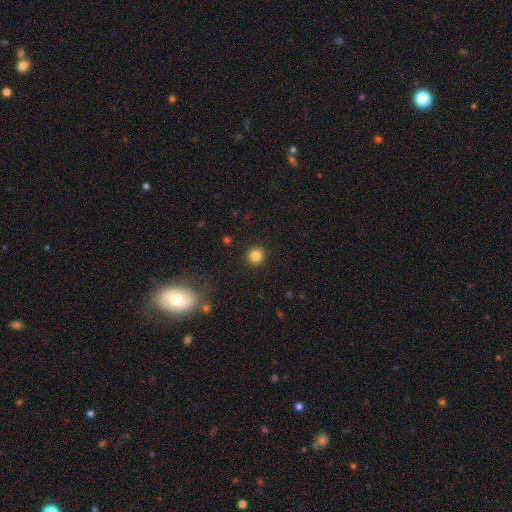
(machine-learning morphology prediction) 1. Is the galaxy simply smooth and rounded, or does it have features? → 84% smooth, 11% star or artifact, 5% featured or disk.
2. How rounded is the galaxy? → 93% round, 6% in between, 1% cigar-shaped.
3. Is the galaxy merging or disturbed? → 91% none, 6% minor disturbance, 2% major disturbance, 1% merger.